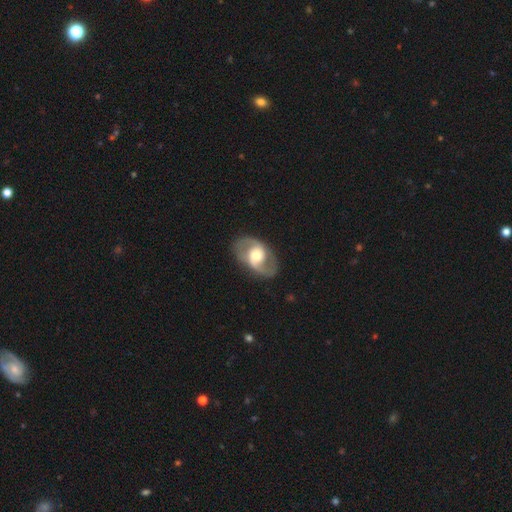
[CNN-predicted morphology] A featured or disk galaxy (81%) with no bar (49%), 2 (91%) medium (51%) spiral arms (87%) and a moderate central bulge (64%). Merging: none (82%).